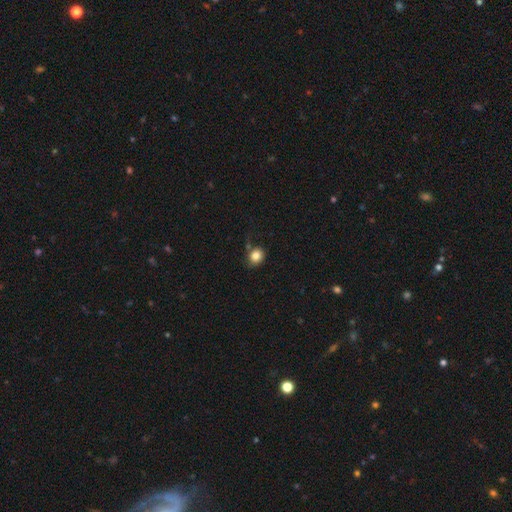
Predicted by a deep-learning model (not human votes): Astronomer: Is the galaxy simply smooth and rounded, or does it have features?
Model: smooth — 83%.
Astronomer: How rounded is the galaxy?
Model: round — 69%.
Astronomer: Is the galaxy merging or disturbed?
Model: none — 67%.